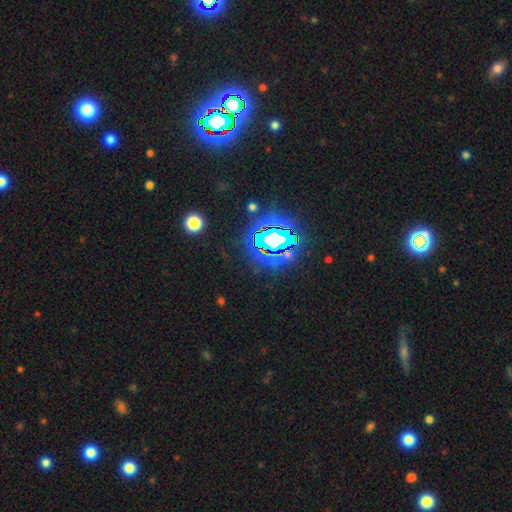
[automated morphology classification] Q: Smooth or featured?
A: star or artifact (82%); runner-up: smooth (11%)